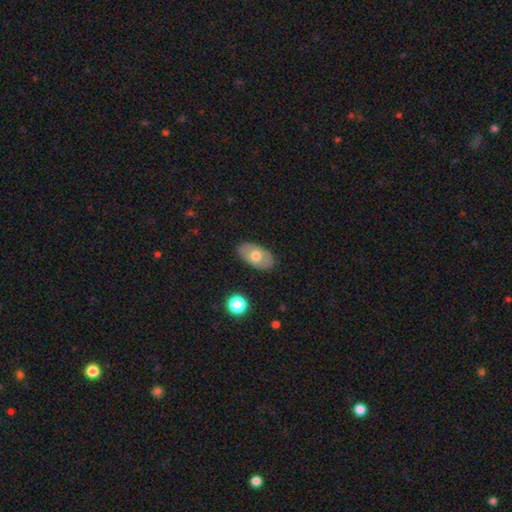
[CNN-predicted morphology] The model was most divided on "smooth or featured": smooth: 59%, featured or disk: 35%, star or artifact: 6%. More confident: how rounded — in between (91%); merging — none (85%).